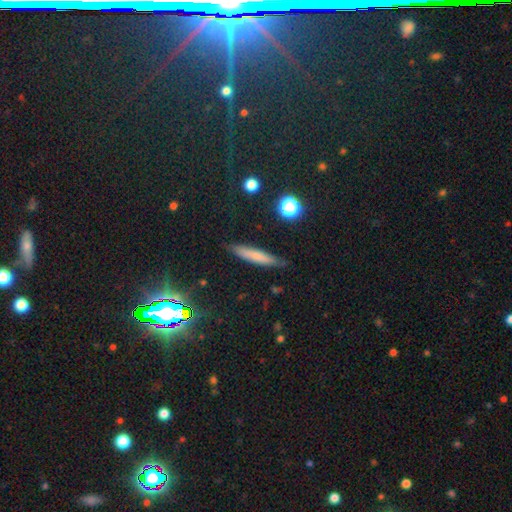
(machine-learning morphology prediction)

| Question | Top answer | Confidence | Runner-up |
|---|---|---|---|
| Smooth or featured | smooth | 65% | featured or disk (24%) |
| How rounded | cigar-shaped | 90% | in between (8%) |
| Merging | none | 84% | minor disturbance (12%) |